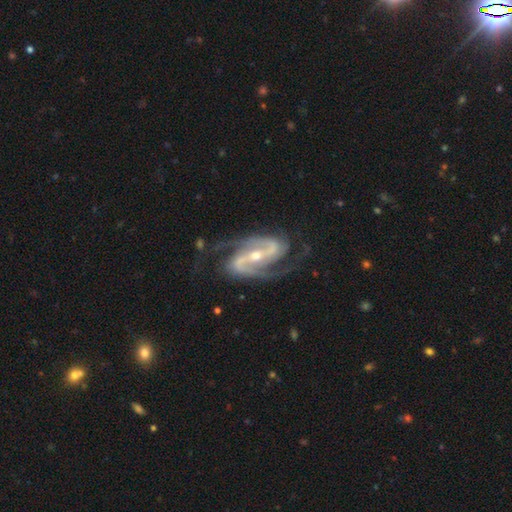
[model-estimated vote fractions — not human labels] smooth-or-featured: featured or disk: 93% | star or artifact: 4% | smooth: 3%
  disk-edge-on: no: 97% | yes: 3%
    bar: strong: 57% | weak: 28% | no: 15%
    has-spiral-arms: yes: 98% | no: 2%
      spiral-winding: medium: 56% | tight: 26% | loose: 18%
      spiral-arm-count: 2: 90% | 3: 4% | can't tell: 2% | 4: 1% | 1: 1% | more than 4: 1%
    bulge-size: moderate: 50% | small: 46% | large: 2% | none: 1% | dominant: 1%
  merging: none: 74% | minor disturbance: 16% | major disturbance: 8% | merger: 2%